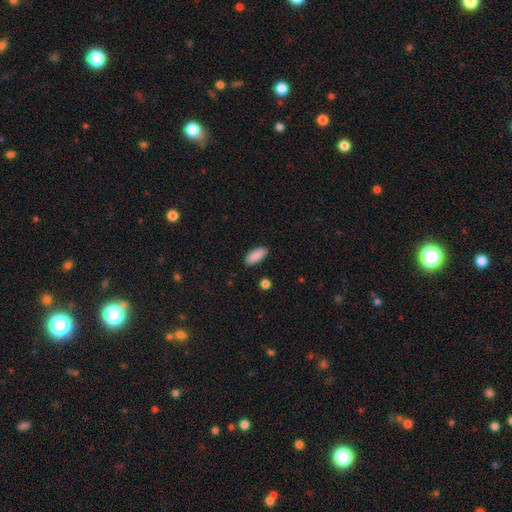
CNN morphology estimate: The model was most divided on "how rounded": in between: 82%, cigar-shaped: 16%, round: 2%. More confident: smooth or featured — smooth (89%); merging — none (88%).